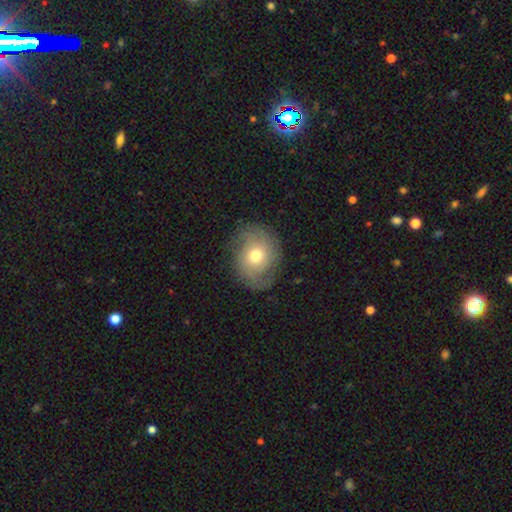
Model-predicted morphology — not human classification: Overall: featured or disk (53%; smooth 38%). Edge-on disk: no (96%). Bar: no (79%). Spiral arms: yes (77%). Bulge size: moderate (69%). Merging: none (74%).